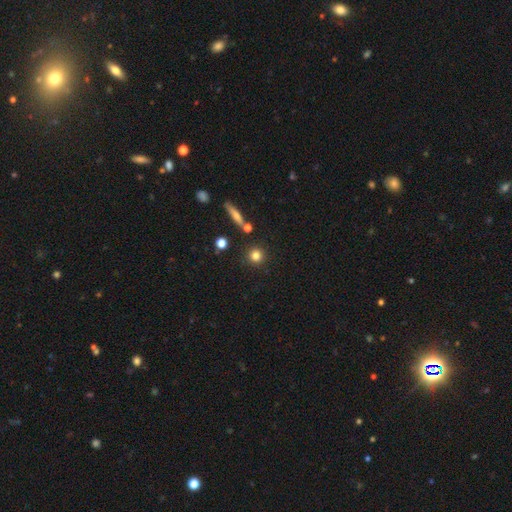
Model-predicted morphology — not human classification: smooth-or-featured: smooth: 80% | star or artifact: 12% | featured or disk: 8%
  how-rounded: round: 92% | in between: 6% | cigar-shaped: 2%
  merging: none: 84% | minor disturbance: 7% | merger: 6% | major disturbance: 3%